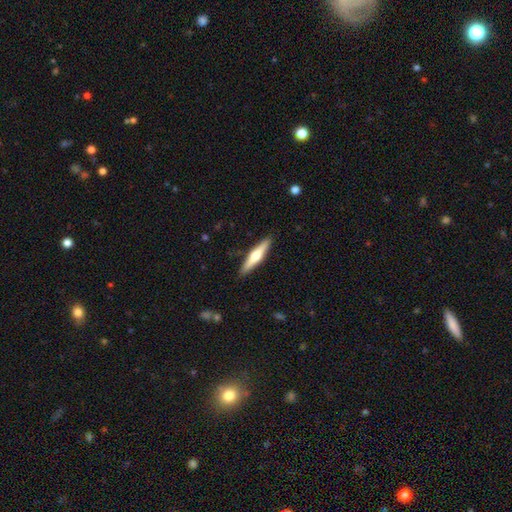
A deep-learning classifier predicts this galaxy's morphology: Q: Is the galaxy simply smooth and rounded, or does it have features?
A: featured or disk — 55%.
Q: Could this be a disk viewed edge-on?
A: yes — 96%.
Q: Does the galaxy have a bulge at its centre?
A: rounded — 91%.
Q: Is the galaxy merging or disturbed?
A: none — 90%.